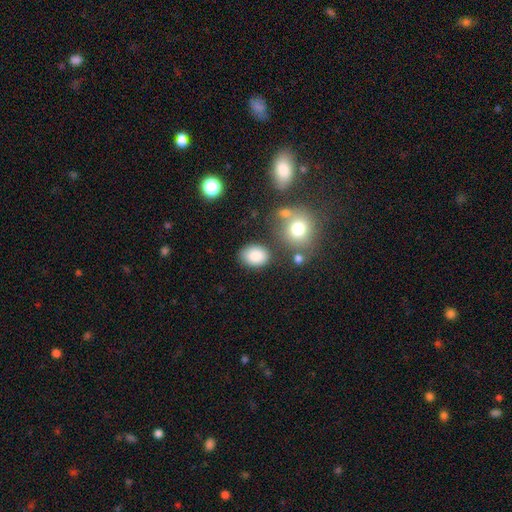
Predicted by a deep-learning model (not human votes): smooth-or-featured: smooth: 86% | star or artifact: 9% | featured or disk: 6%
  how-rounded: in between: 66% | round: 32% | cigar-shaped: 1%
  merging: none: 76% | minor disturbance: 14% | merger: 6% | major disturbance: 4%